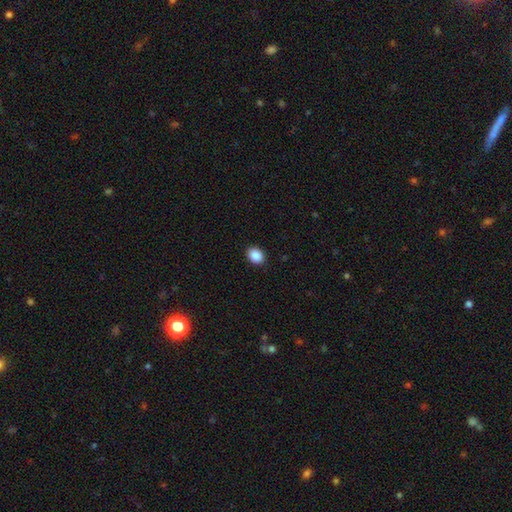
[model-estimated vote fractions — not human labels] smooth-or-featured: smooth: 89% | star or artifact: 8% | featured or disk: 3%
  how-rounded: in between: 58% | round: 41% | cigar-shaped: 1%
  merging: none: 91% | minor disturbance: 7% | major disturbance: 2% | merger: 1%